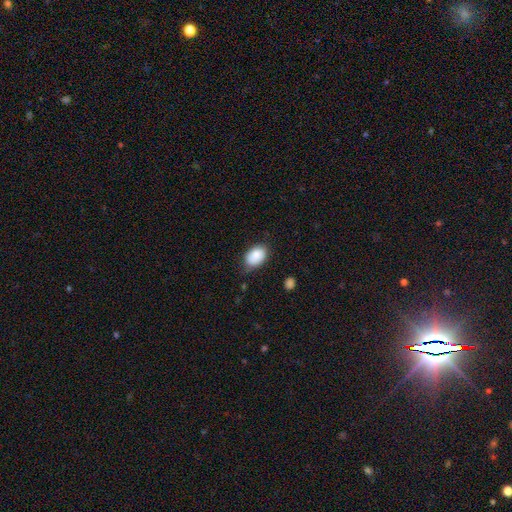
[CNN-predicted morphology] Smooth or featured: smooth — 85% (featured or disk — 8%)
How rounded: in between — 83% (round — 16%)
Merging: none — 69% (minor disturbance — 24%)